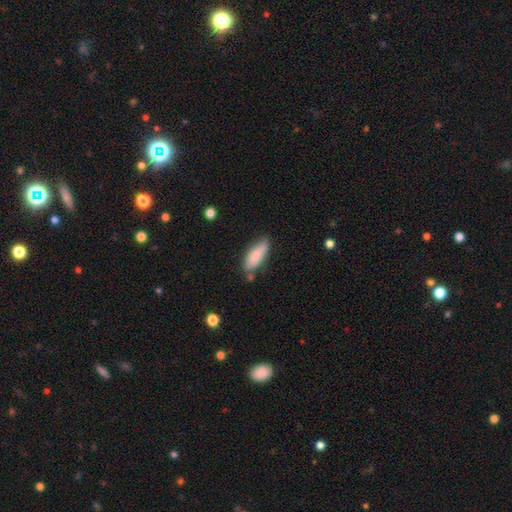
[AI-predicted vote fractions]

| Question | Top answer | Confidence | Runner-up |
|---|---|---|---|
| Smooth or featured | smooth | 76% | featured or disk (17%) |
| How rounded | in between | 67% | cigar-shaped (31%) |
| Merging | none | 66% | minor disturbance (24%) |